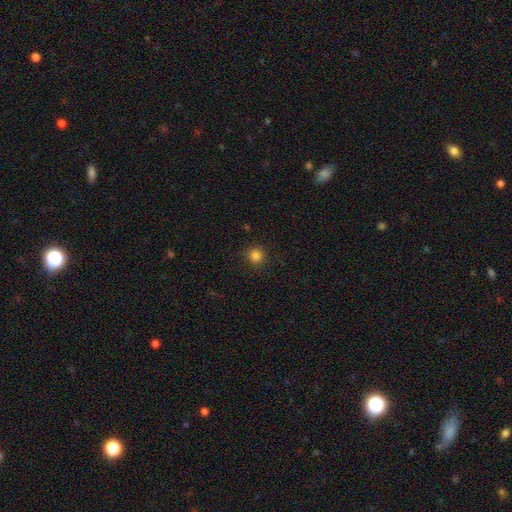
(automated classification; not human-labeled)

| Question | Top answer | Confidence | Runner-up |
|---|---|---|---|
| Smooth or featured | smooth | 83% | star or artifact (13%) |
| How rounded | round | 94% | in between (5%) |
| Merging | none | 90% | minor disturbance (7%) |